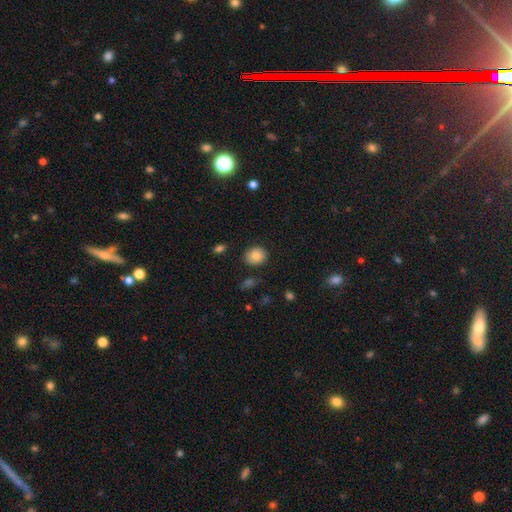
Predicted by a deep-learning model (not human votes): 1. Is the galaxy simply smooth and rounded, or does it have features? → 83% smooth, 9% star or artifact, 8% featured or disk.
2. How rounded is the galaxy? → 67% round, 32% in between, 1% cigar-shaped.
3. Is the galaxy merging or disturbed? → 86% none, 9% minor disturbance, 3% major disturbance, 2% merger.